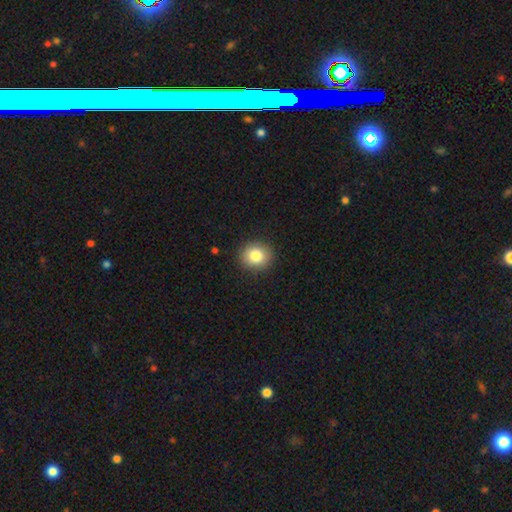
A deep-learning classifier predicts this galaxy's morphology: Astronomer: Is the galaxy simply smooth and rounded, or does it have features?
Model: smooth — 82%.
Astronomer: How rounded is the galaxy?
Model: round — 77%.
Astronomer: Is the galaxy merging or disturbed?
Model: none — 90%.